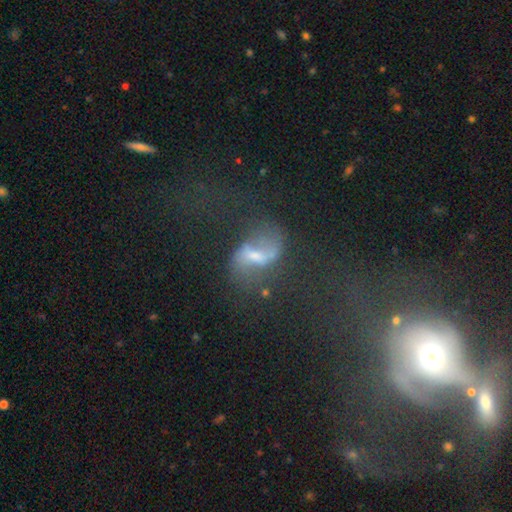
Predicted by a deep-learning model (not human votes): smooth-or-featured: featured or disk: 63% | smooth: 21% | star or artifact: 16%
  disk-edge-on: no: 94% | yes: 6%
    bar: weak: 42% | strong: 35% | no: 22%
    has-spiral-arms: yes: 69% | no: 31%
    bulge-size: small: 43% | moderate: 36% | none: 14% | large: 5% | dominant: 2%
  merging: none: 46% | major disturbance: 27% | minor disturbance: 18% | merger: 9%